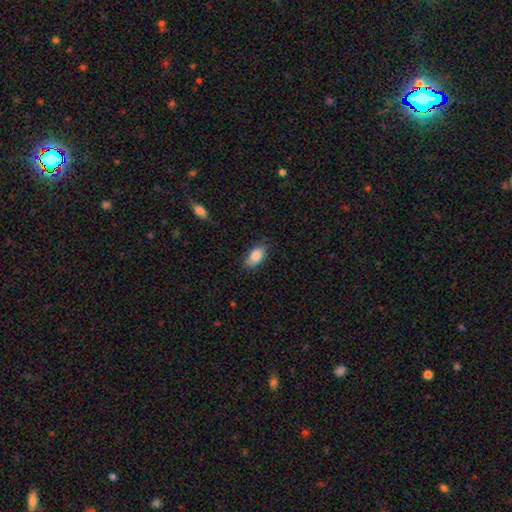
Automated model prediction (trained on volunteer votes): Morphology: type=smooth (86%); roundness=in between (92%); merging=none (79%).